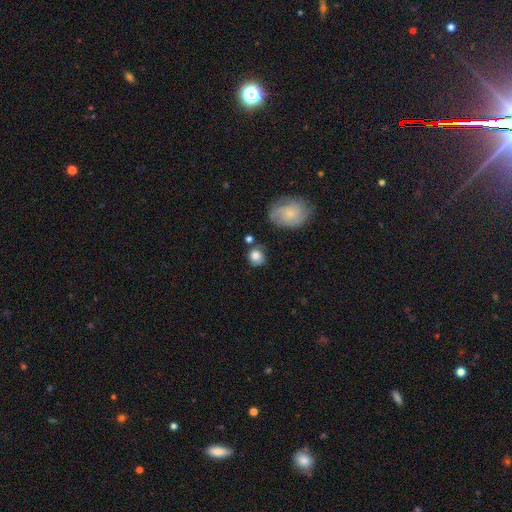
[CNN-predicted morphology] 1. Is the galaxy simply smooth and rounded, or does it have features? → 79% smooth, 12% featured or disk, 9% star or artifact.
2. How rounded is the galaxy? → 76% round, 23% in between, 1% cigar-shaped.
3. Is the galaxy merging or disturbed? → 67% none, 19% minor disturbance, 8% merger, 6% major disturbance.